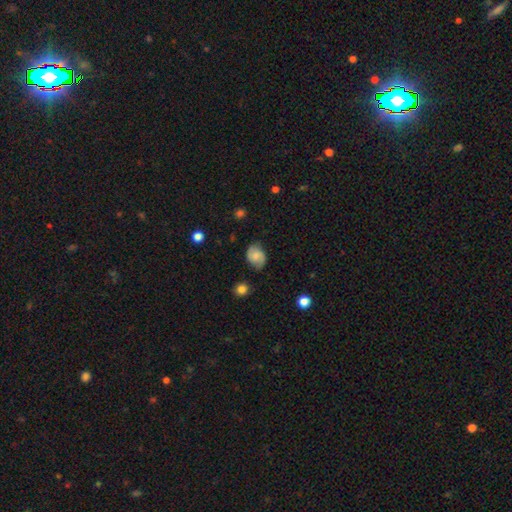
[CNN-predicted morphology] Smooth or featured: smooth — 50% (featured or disk — 41%)
Merging: none — 70% (minor disturbance — 23%)